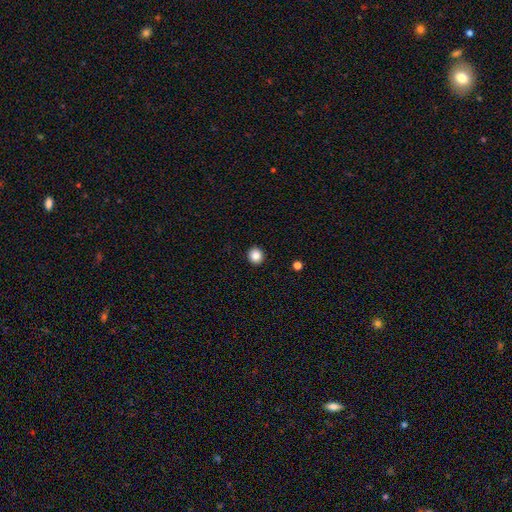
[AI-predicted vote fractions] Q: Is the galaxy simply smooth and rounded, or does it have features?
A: smooth — 86%.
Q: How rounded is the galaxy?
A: round — 89%.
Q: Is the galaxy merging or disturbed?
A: none — 93%.